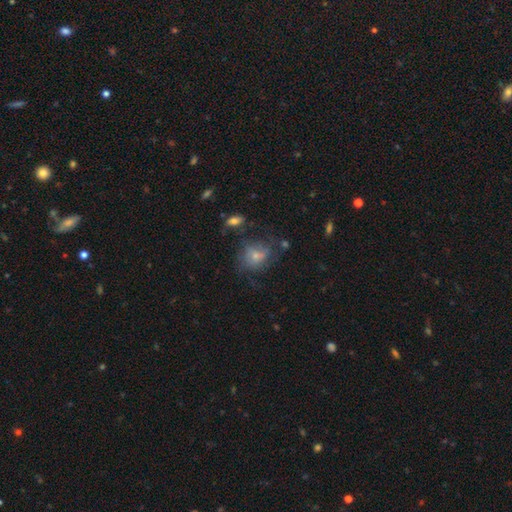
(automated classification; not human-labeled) Q: Smooth or featured?
A: smooth (55%); runner-up: featured or disk (32%)
Q: How rounded?
A: round (60%); runner-up: in between (39%)
Q: Merging?
A: none (51%); runner-up: minor disturbance (25%)